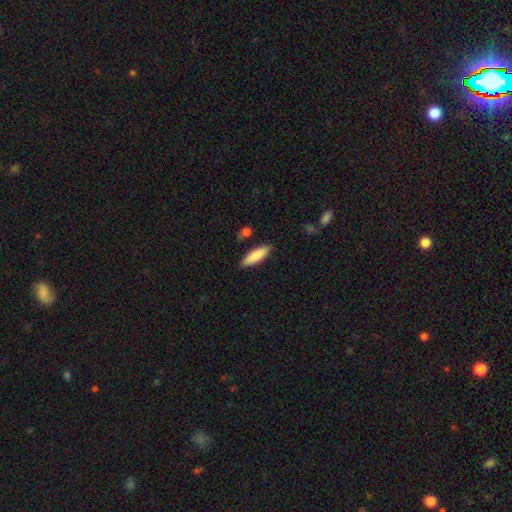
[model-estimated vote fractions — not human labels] Q: Smooth or featured?
A: smooth (86%); runner-up: featured or disk (9%)
Q: How rounded?
A: cigar-shaped (56%); runner-up: in between (42%)
Q: Merging?
A: none (85%); runner-up: minor disturbance (10%)